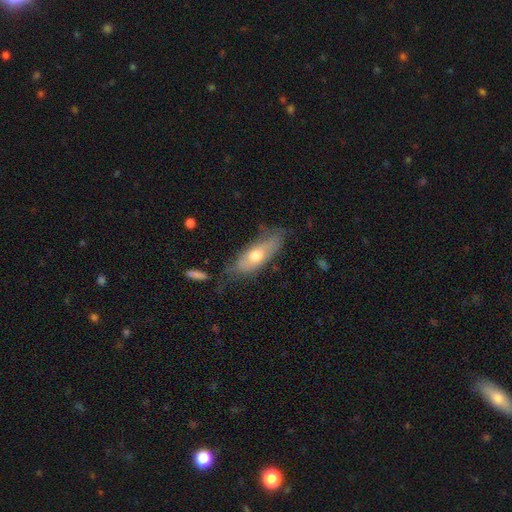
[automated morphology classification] The model was most divided on "smooth or featured": smooth: 55%, featured or disk: 39%, star or artifact: 6%. More confident: how rounded — in between (65%); merging — none (54%).